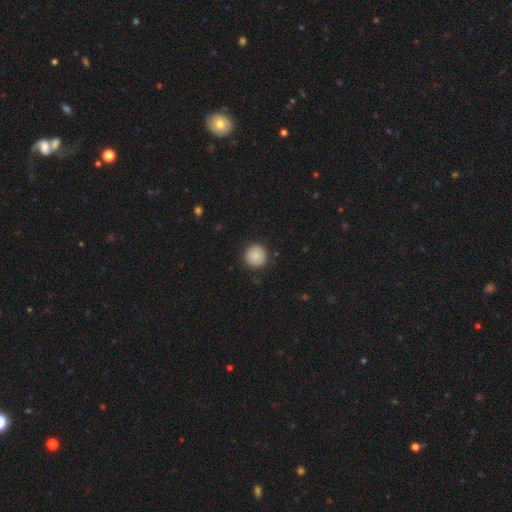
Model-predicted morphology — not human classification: Smooth or featured? Predicted: smooth (p=0.84). How rounded? Predicted: round (p=0.95). Merging? Predicted: none (p=0.88).